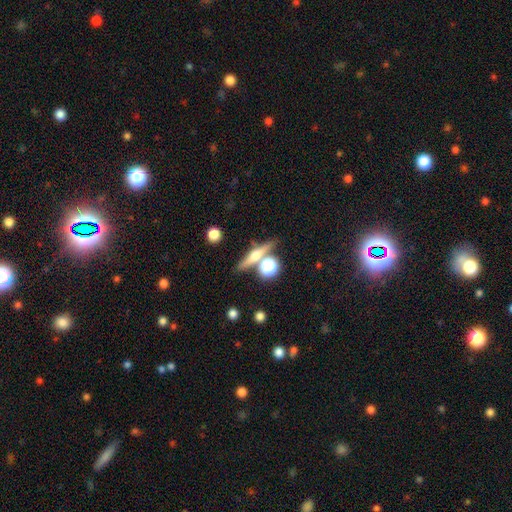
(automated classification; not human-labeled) Morphology: type=featured or disk (53%); edge-on=yes (92%); merging=none (72%).